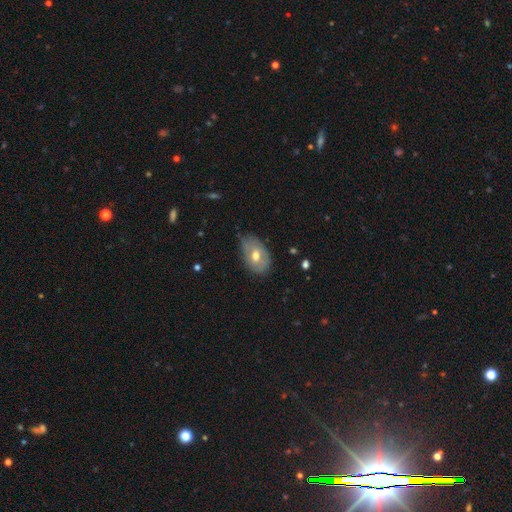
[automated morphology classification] Smooth or featured? smooth (54%)
How rounded? in between (85%)
Merging? none (54%)